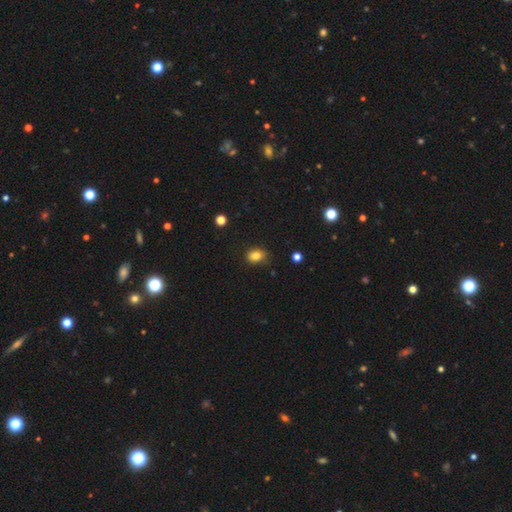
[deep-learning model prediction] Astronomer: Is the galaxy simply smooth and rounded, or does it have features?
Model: smooth — 82%.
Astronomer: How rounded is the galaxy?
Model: in between — 63%.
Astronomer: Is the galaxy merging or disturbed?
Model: none — 75%.